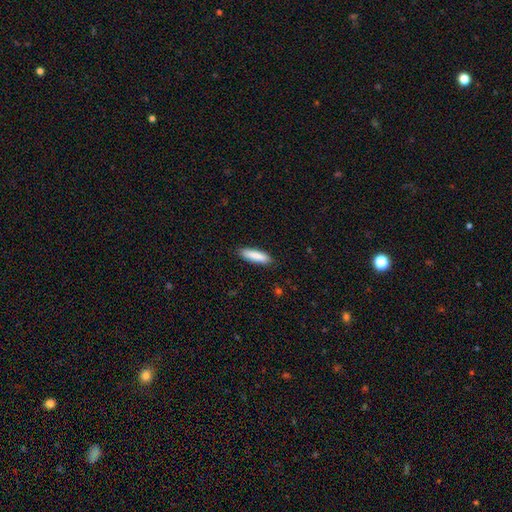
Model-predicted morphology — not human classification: The model was most divided on "how rounded": cigar-shaped: 66%, in between: 33%, round: 1%. More confident: merging — none (89%); smooth or featured — smooth (88%).